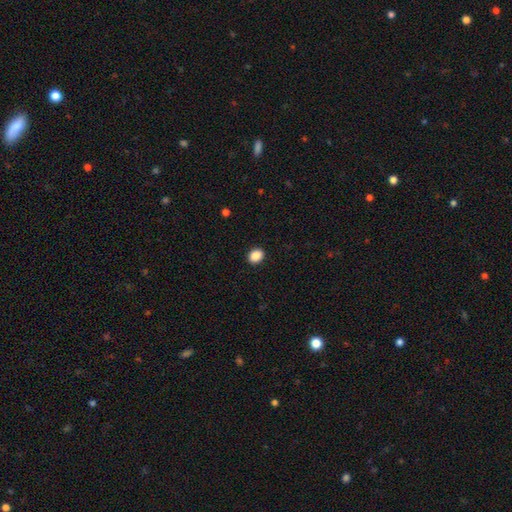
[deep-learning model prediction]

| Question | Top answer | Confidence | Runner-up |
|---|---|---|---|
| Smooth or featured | smooth | 89% | star or artifact (8%) |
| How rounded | in between | 55% | round (45%) |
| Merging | none | 91% | minor disturbance (6%) |